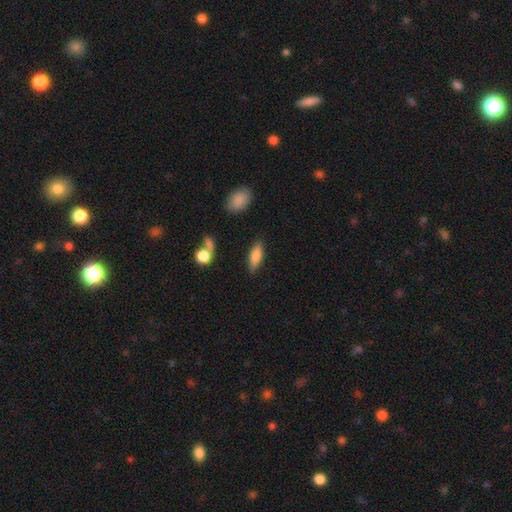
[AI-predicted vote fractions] smooth-or-featured: smooth: 78% | featured or disk: 15% | star or artifact: 7%
  how-rounded: in between: 62% | cigar-shaped: 35% | round: 3%
  merging: none: 81% | minor disturbance: 12% | merger: 3% | major disturbance: 3%